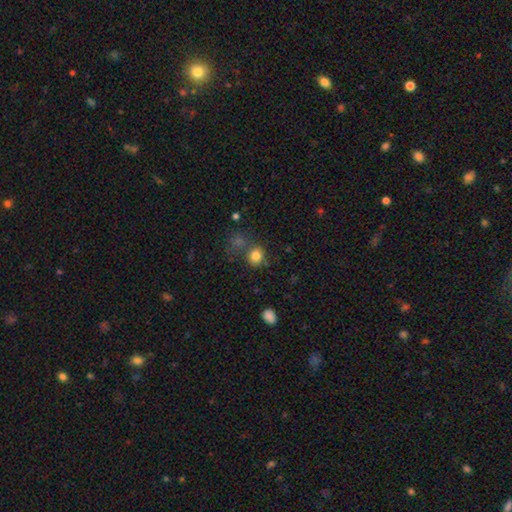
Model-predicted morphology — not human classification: Smooth or featured?
  - smooth: 81% *
  - star or artifact: 13%
  - featured or disk: 6%
How rounded?
  - round: 76% *
  - in between: 23%
  - cigar-shaped: 1%
Merging?
  - none: 66% *
  - merger: 15%
  - minor disturbance: 13%
  - major disturbance: 6%